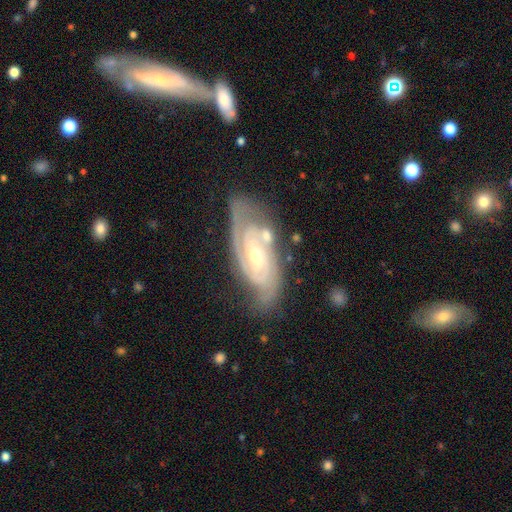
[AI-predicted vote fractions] Overall: featured or disk (89%). Edge-on disk: no (94%). Bar: no (42%, tied with weak). Spiral arms: yes (97%). Spiral arm count: 2 (61%). Spiral winding: tight (65%; medium 30%). Bulge size: small (50%; moderate 47%). Merging: none (69%).